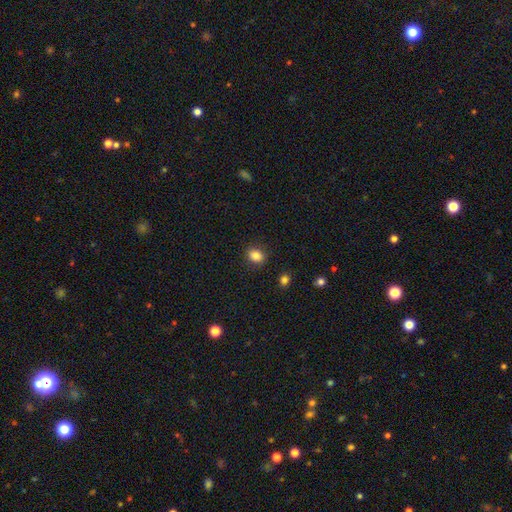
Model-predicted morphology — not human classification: smooth_or_featured: smooth (p=0.85) [alt: star or artifact p=0.10]
how_rounded: in between (p=0.55) [alt: round p=0.44]
merging: none (p=0.88) [alt: minor disturbance p=0.08]